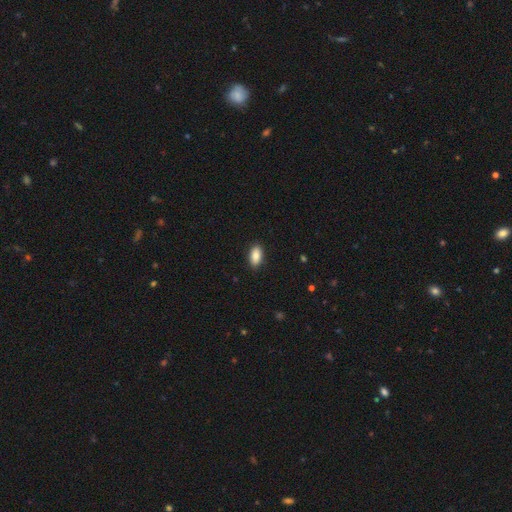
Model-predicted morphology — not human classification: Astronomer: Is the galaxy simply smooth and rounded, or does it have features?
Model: smooth — 87%.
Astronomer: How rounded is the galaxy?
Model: in between — 92%.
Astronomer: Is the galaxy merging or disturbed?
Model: none — 89%.